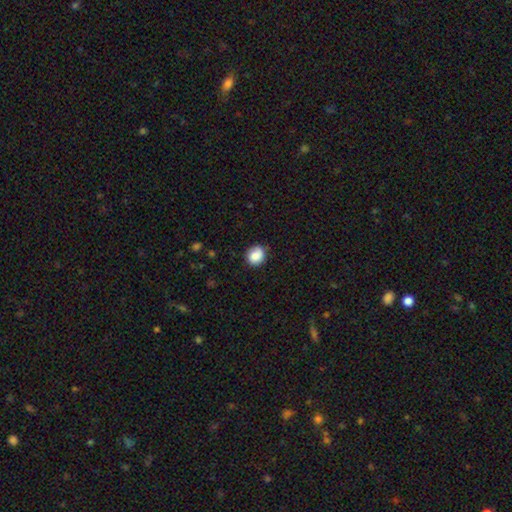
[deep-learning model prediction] A smooth galaxy with no disk features (84%) that is round (75%). Merging: none (76%).